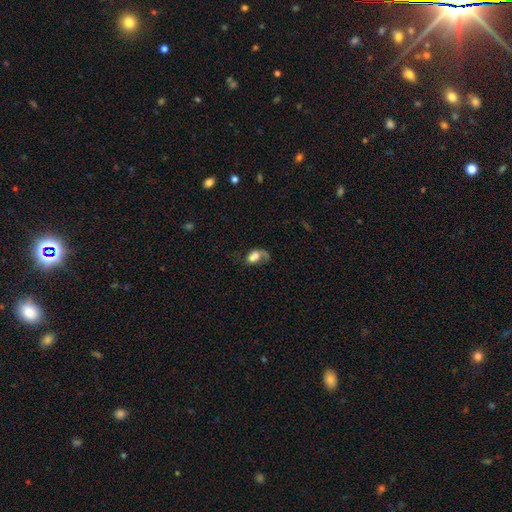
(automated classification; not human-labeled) smooth_or_featured: smooth (p=0.57) [alt: featured or disk p=0.31]
how_rounded: in between (p=0.77) [alt: round p=0.21]
merging: major disturbance (p=0.39) [alt: none p=0.23]